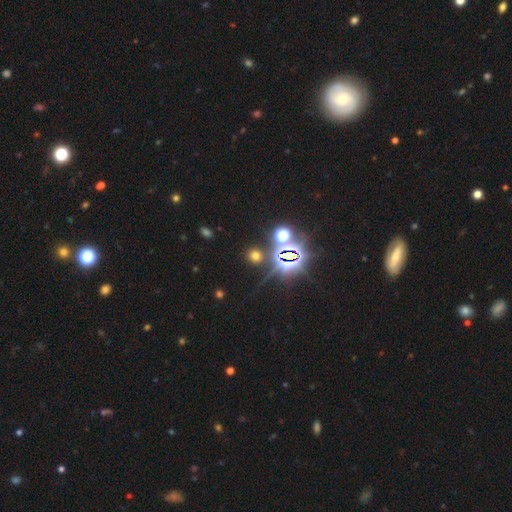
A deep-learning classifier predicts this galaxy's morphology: smooth 52%, star or artifact 41%, featured or disk 8%. Down the decision tree: how rounded — round (86%); merging — none (84%).